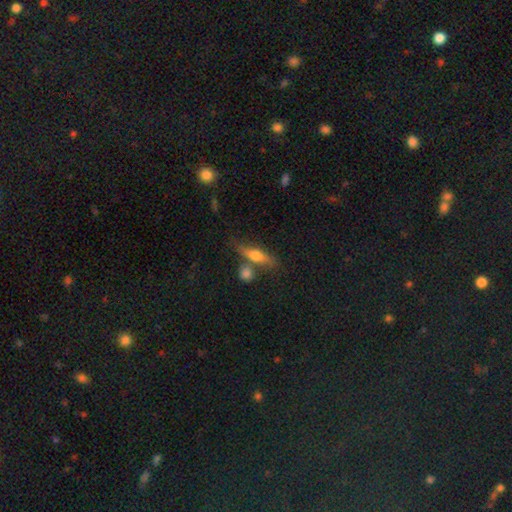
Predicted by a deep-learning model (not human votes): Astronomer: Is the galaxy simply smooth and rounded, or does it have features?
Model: smooth — 51% (runner-up: featured or disk, 41%).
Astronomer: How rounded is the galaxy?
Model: cigar-shaped — 55% (runner-up: in between, 39%).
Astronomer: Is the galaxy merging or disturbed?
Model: none — 60%.